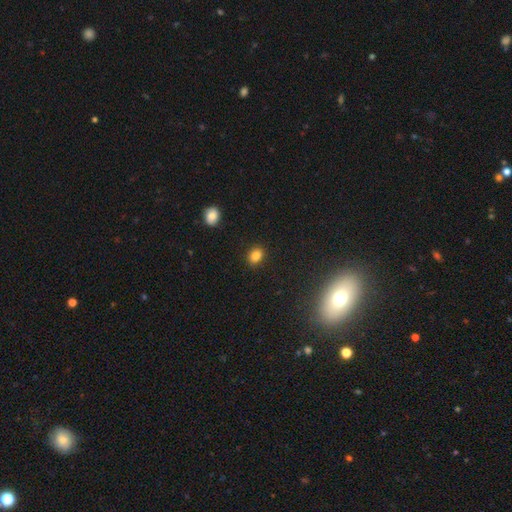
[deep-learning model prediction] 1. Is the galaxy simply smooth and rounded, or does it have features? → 84% smooth, 12% star or artifact, 5% featured or disk.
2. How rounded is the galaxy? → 62% in between, 37% round, 1% cigar-shaped.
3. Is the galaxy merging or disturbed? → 88% none, 8% minor disturbance, 2% major disturbance, 1% merger.